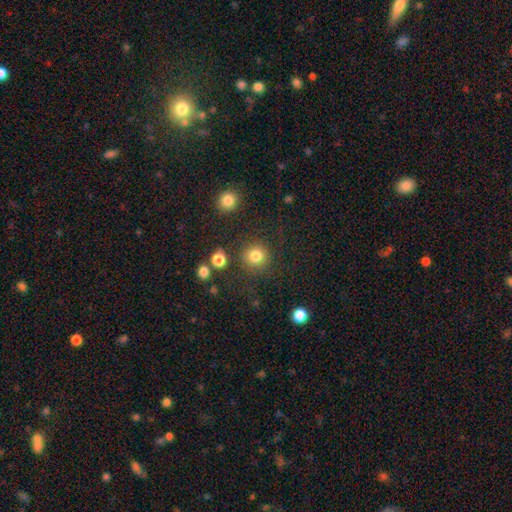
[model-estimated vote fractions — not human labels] This appears to be a smooth galaxy with no disk features (83%) that is round (92%). Merging: none (84%).